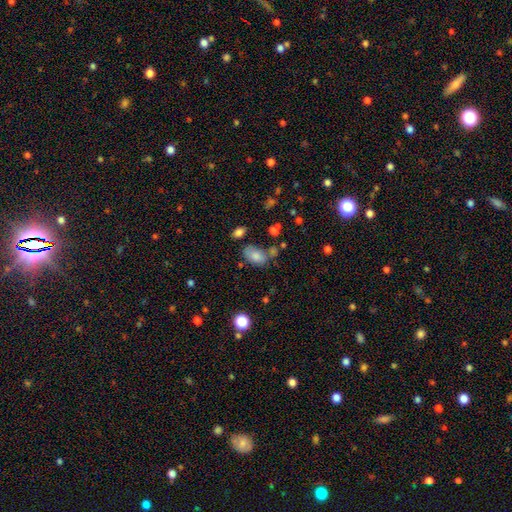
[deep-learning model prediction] A smooth galaxy with no disk features (79%) that is in between round and cigar-shaped (89%). Merging: none (52%).